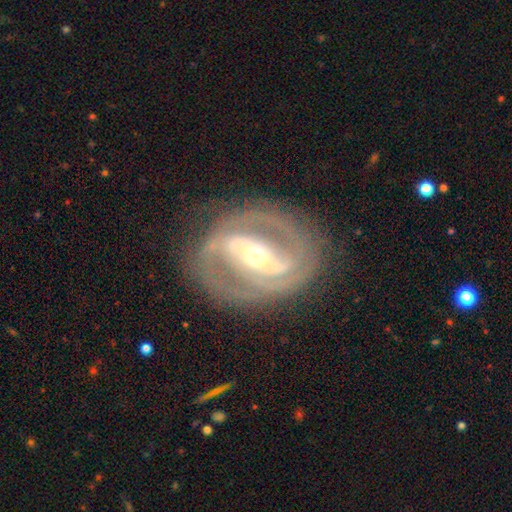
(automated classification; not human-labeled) Overall: featured or disk (87%). Edge-on disk: no (95%). Bar: strong (58%; weak 27%). Spiral arms: yes (90%). Spiral arm count: 2 (77%). Spiral winding: tight (49%; medium 40%). Bulge size: moderate (54%; small 39%). Merging: none (79%).